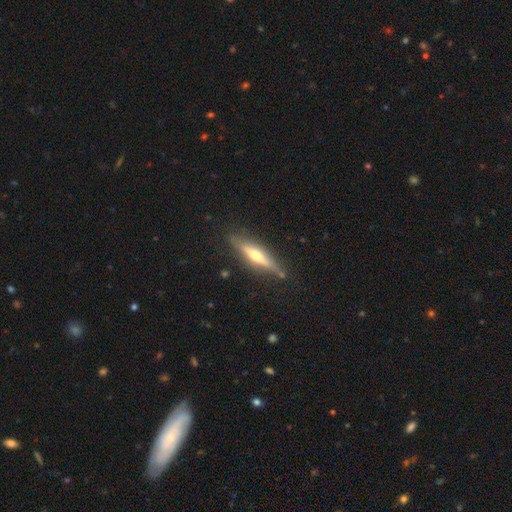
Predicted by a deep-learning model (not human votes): A featured or disk galaxy (65%) viewed edge-on (93%) with a rounded central bulge (88%). Merging: none (82%).